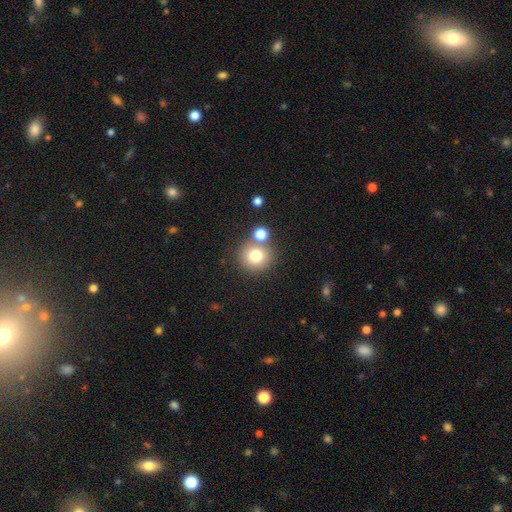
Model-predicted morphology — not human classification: Overall: smooth (77%). How rounded: round (90%). Merging: none (67%).